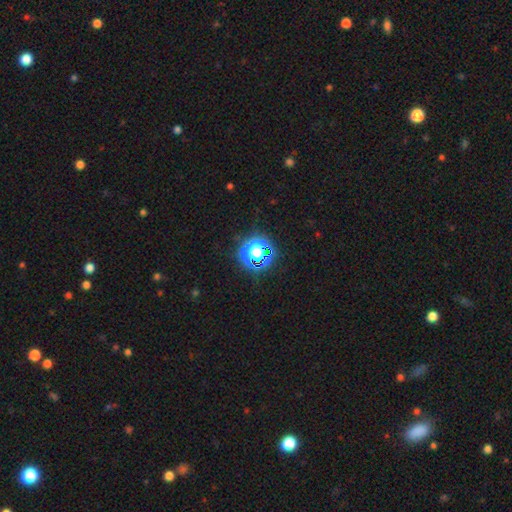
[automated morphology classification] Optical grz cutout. It shows a star or artifact, not a galaxy (53%).